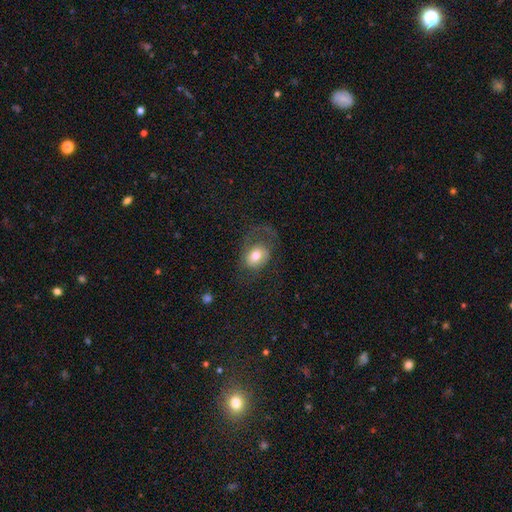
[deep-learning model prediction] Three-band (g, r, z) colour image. It shows a smooth galaxy with no disk features (63%) that is in between round and cigar-shaped (60%). Merging: none (39%, tied with major disturbance).